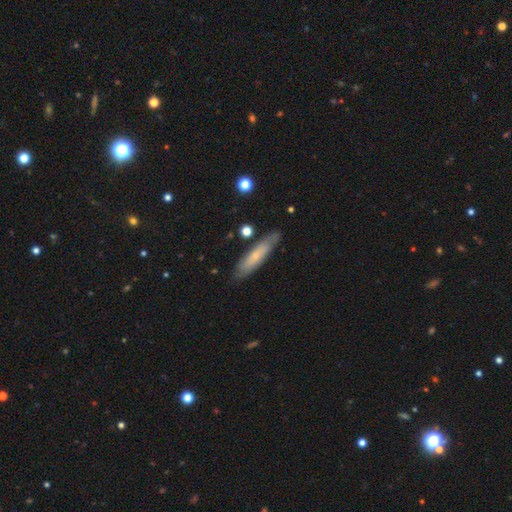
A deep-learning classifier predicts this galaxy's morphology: A smooth galaxy with no disk features (62%) that is cigar-shaped (81%).

Vote fractions:
- Smooth or featured? smooth: 62% / featured or disk: 31% / star or artifact: 6%
- How rounded? cigar-shaped: 81% / in between: 18% / round: 2%
- Merging? none: 83% / minor disturbance: 13% / major disturbance: 2% / merger: 2%